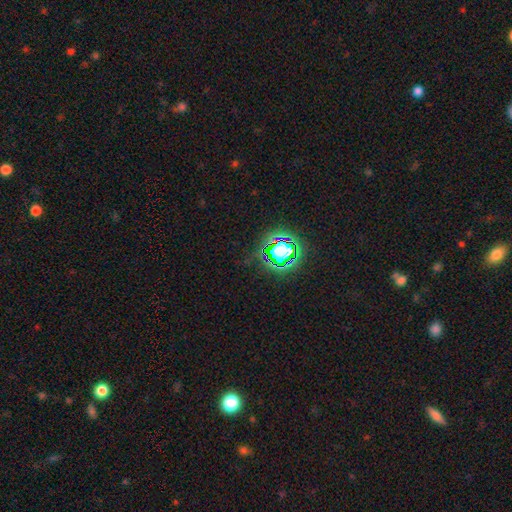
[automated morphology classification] smooth-or-featured: star or artifact: 79% | smooth: 13% | featured or disk: 7%